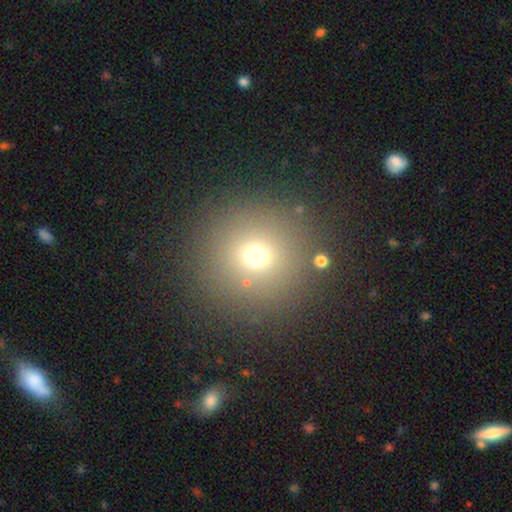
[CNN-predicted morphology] Smooth or featured: smooth — 67% (star or artifact — 23%)
How rounded: round — 94% (in between — 5%)
Merging: none — 85% (minor disturbance — 7%)